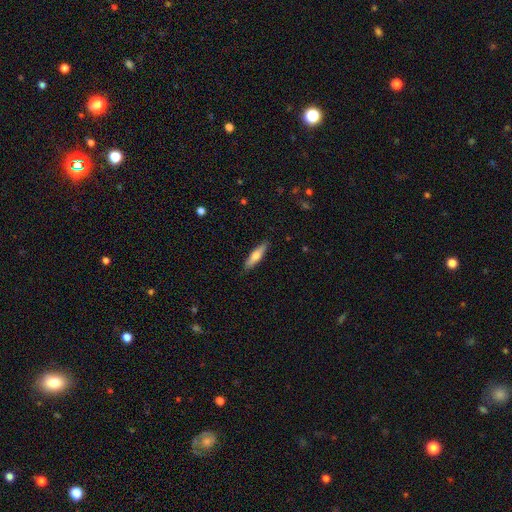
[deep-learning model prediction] Smooth or featured? smooth (64%)
How rounded? cigar-shaped (76%)
Merging? none (89%)